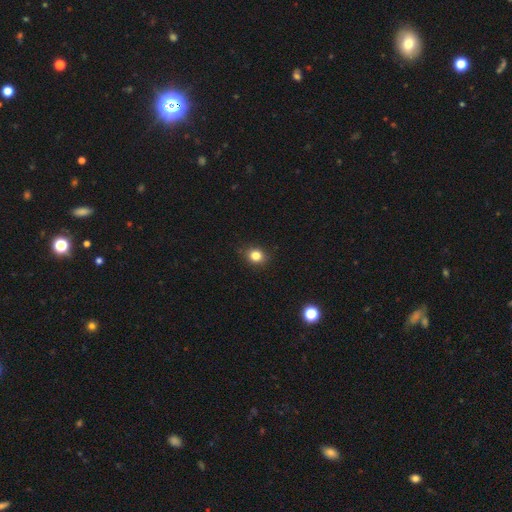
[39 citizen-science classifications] Overall: smooth (90%). How rounded: round (74%). Merging: none (92%).